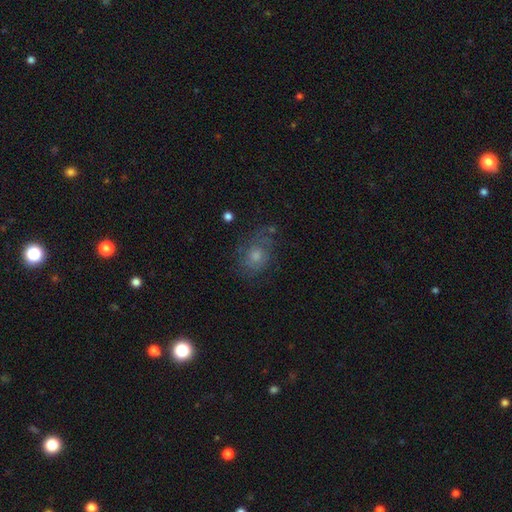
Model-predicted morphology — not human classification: This appears to be a smooth galaxy with no disk features (41%). Merging: none (67%).